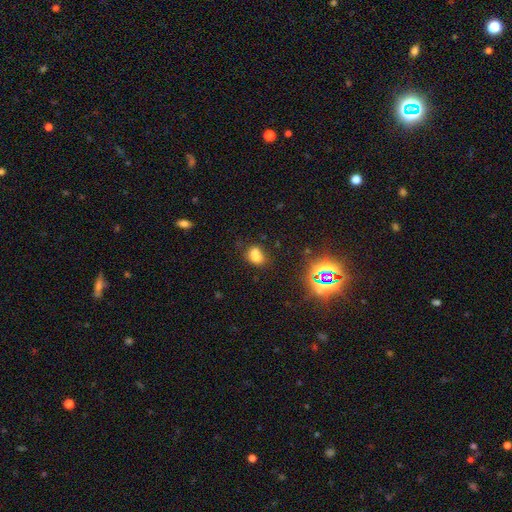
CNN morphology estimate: Smooth or featured: smooth — 71% (star or artifact — 17%)
How rounded: in between — 66% (round — 32%)
Merging: none — 48% (merger — 27%)